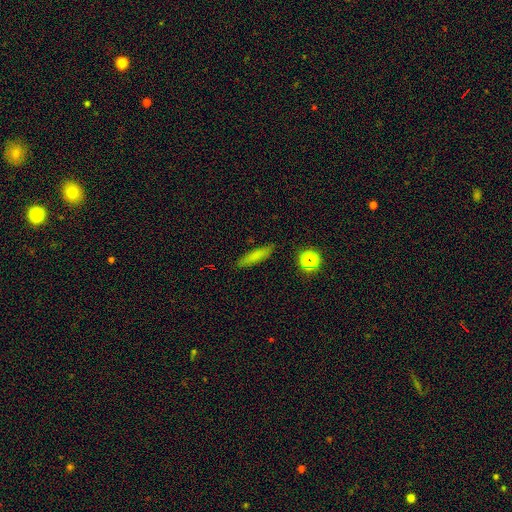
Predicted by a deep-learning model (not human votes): Morphology: type=smooth (76%); roundness=cigar-shaped (79%); merging=none (86%).